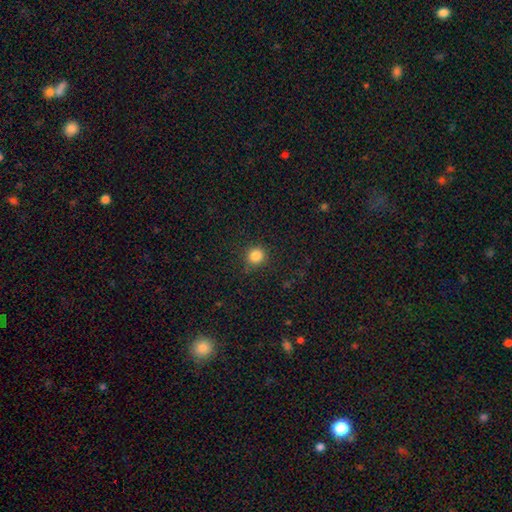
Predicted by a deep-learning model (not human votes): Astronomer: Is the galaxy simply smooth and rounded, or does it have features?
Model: smooth — 84%.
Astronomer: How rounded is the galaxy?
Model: round — 92%.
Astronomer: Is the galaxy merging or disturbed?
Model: none — 86%.